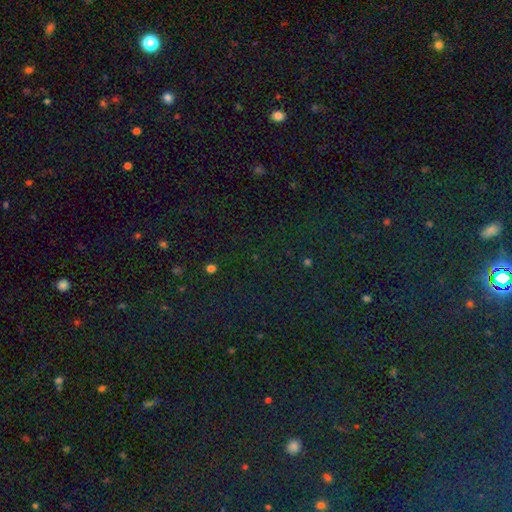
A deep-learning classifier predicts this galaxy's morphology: Smooth or featured?
  - star or artifact: 82% *
  - smooth: 11%
  - featured or disk: 7%